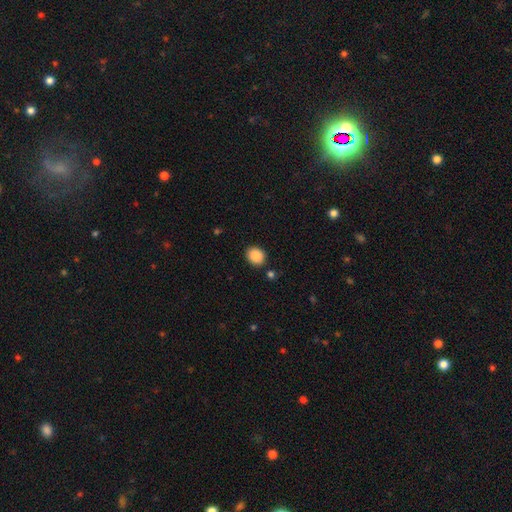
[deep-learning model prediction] This is clearly a smooth galaxy (89%). How rounded: likely round (66%). Merging: clearly none (86%).